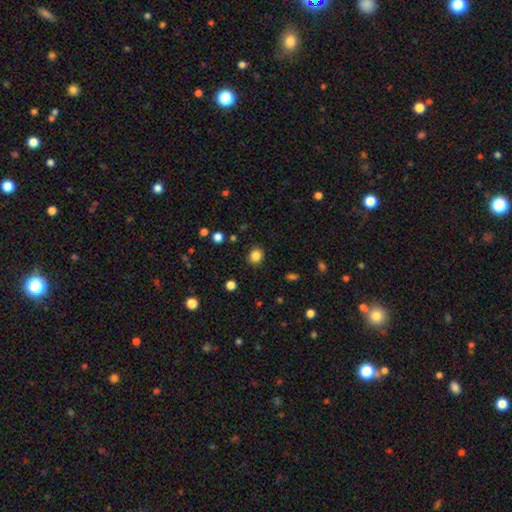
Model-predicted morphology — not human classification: This is clearly a smooth galaxy (84%). How rounded: clearly round (81%). Merging: clearly none (89%).